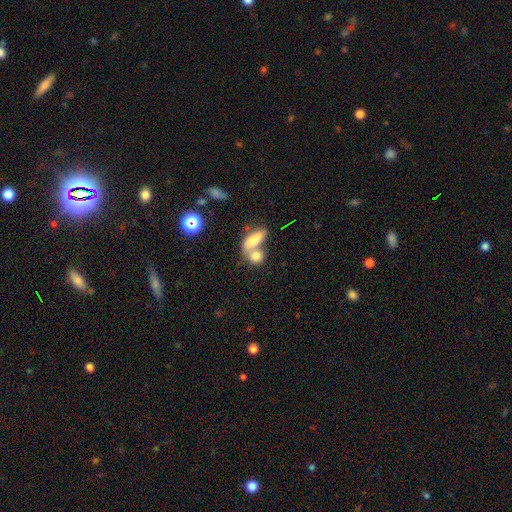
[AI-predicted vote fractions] A smooth galaxy with no disk features (77%) that is in between round and cigar-shaped (63%).

Vote fractions:
- Smooth or featured? smooth: 77% / featured or disk: 14% / star or artifact: 9%
- How rounded? in between: 63% / round: 26% / cigar-shaped: 11%
- Merging? merger: 60% / none: 27% / minor disturbance: 8% / major disturbance: 5%